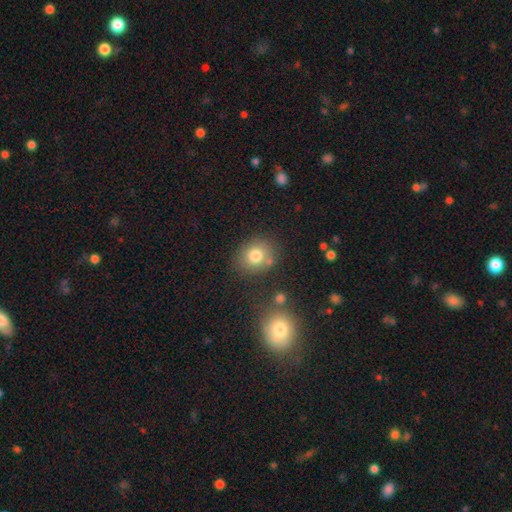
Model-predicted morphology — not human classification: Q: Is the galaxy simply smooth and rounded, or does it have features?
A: smooth — 77%.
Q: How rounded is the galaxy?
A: round — 70%.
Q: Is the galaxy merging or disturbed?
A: none — 73%.